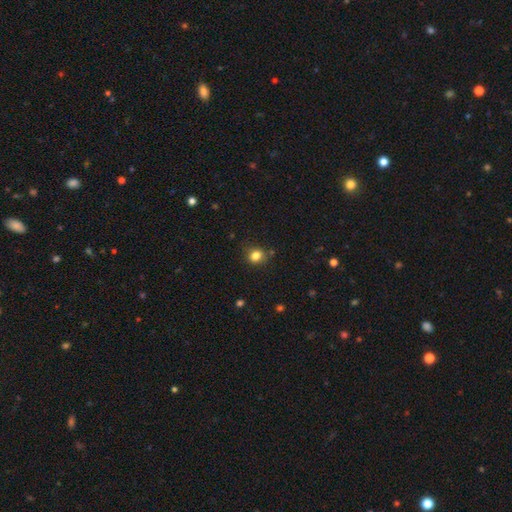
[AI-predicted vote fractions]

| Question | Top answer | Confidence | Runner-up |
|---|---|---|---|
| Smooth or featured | smooth | 82% | star or artifact (12%) |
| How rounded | round | 76% | in between (23%) |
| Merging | none | 80% | minor disturbance (13%) |